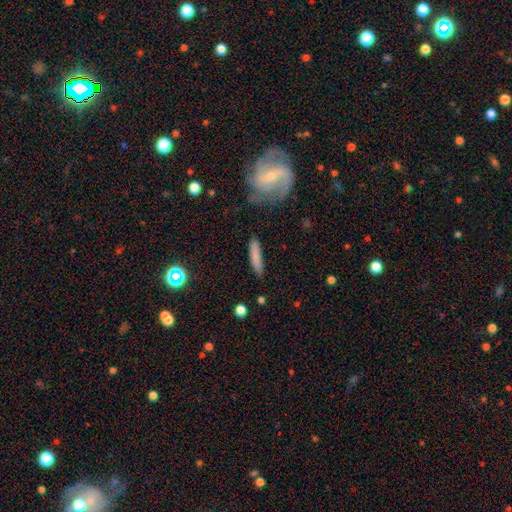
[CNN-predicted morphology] Q: Smooth or featured?
A: smooth (76%); runner-up: featured or disk (18%)
Q: How rounded?
A: cigar-shaped (85%); runner-up: in between (13%)
Q: Merging?
A: none (83%); runner-up: minor disturbance (11%)